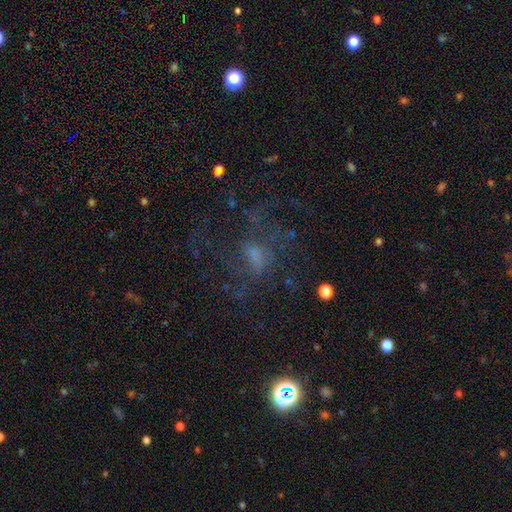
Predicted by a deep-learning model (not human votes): A featured or disk galaxy (49%).

Vote fractions:
- Smooth or featured? featured or disk: 49% / smooth: 27% / star or artifact: 24%
- Merging? none: 47% / major disturbance: 34% / minor disturbance: 16% / merger: 3%